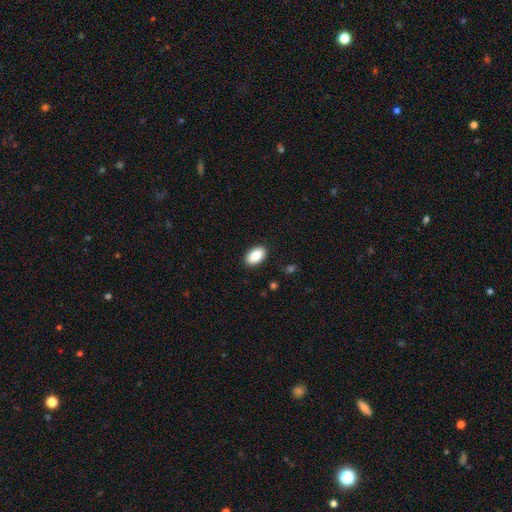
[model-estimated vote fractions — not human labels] Smooth or featured? smooth (89%)
How rounded? in between (93%)
Merging? none (89%)